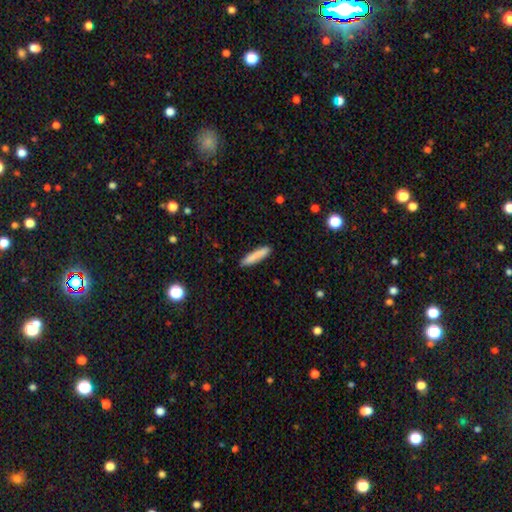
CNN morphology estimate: This appears to be a smooth galaxy with no disk features (85%) that is cigar-shaped (87%). Merging: none (89%).